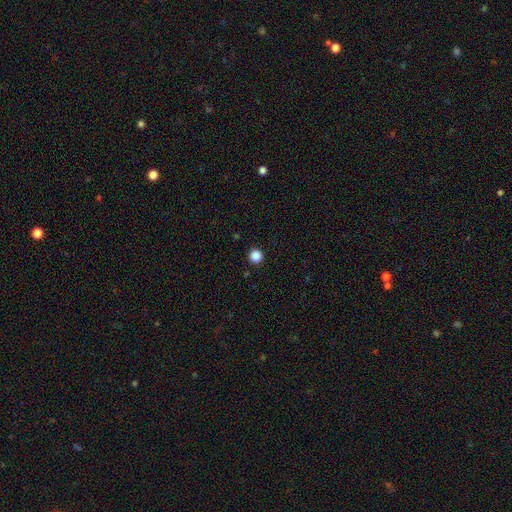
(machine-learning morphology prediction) Smooth or featured? smooth (87%)
How rounded? round (96%)
Merging? none (93%)